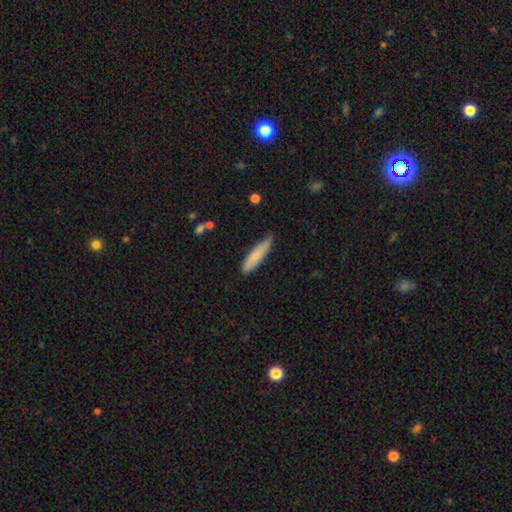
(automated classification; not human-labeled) The model was most divided on "how rounded": cigar-shaped: 73%, in between: 26%, round: 1%. More confident: smooth or featured — smooth (77%); merging — none (73%).